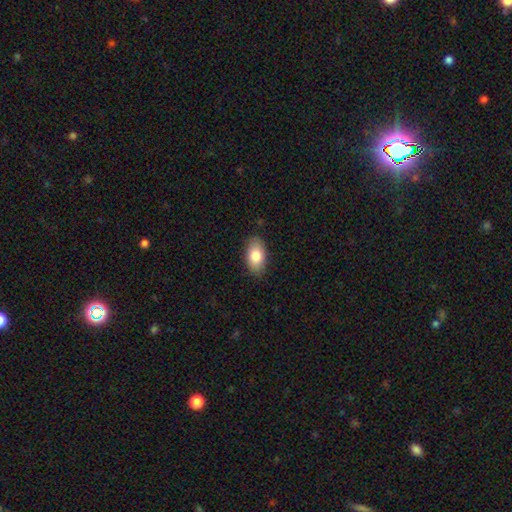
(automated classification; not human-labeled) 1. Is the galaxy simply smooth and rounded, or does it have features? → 81% smooth, 12% featured or disk, 7% star or artifact.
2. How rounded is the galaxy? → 93% in between, 5% round, 2% cigar-shaped.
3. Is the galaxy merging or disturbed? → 87% none, 10% minor disturbance, 2% major disturbance, 1% merger.